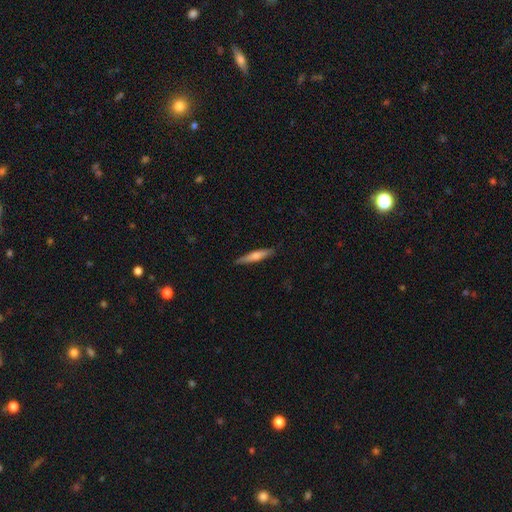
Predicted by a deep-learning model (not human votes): This appears to be a smooth galaxy with no disk features (56%) that is cigar-shaped (89%). Merging: none (88%).